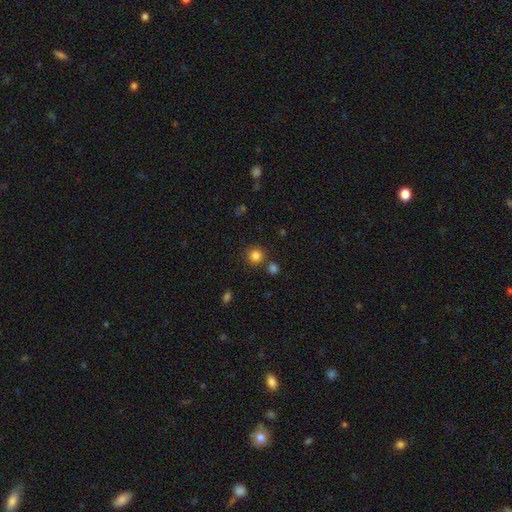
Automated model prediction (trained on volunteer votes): Smooth or featured? smooth (83%)
How rounded? round (92%)
Merging? none (80%)